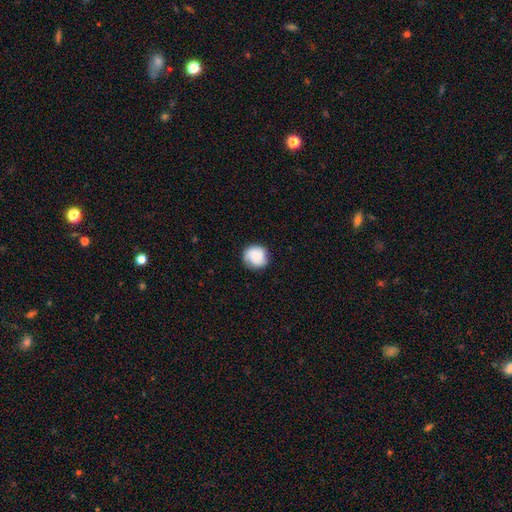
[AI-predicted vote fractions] smooth 74%, featured or disk 18%, star or artifact 8%. Down the decision tree: how rounded — round (90%); merging — none (80%).